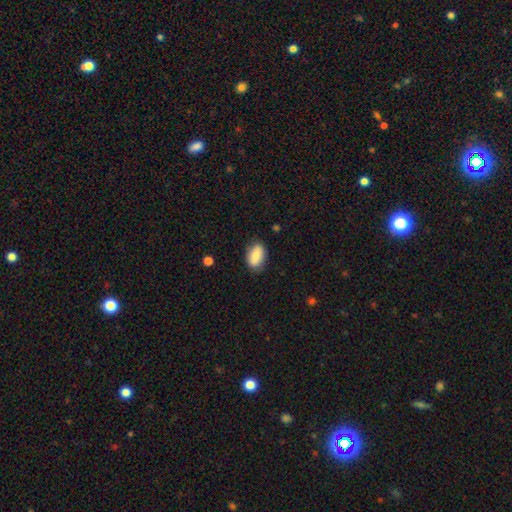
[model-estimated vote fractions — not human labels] A smooth galaxy with no disk features (85%) that is in between round and cigar-shaped (91%).

Vote fractions:
- Smooth or featured? smooth: 85% / featured or disk: 9% / star or artifact: 7%
- How rounded? in between: 91% / round: 6% / cigar-shaped: 4%
- Merging? none: 81% / minor disturbance: 15% / major disturbance: 3% / merger: 1%